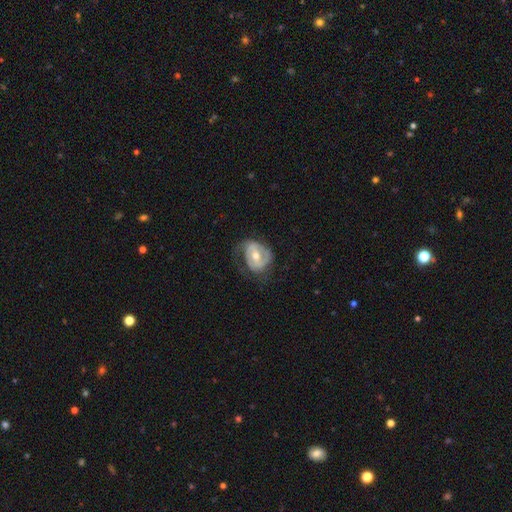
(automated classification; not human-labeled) Overall: featured or disk (74%). Edge-on disk: no (96%). Bar: no (38%; weak 37%). Spiral arms: yes (78%). Spiral arm count: 2 (60%). Spiral winding: tight (40%; medium 38%). Bulge size: moderate (68%). Merging: none (55%; minor disturbance 24%).